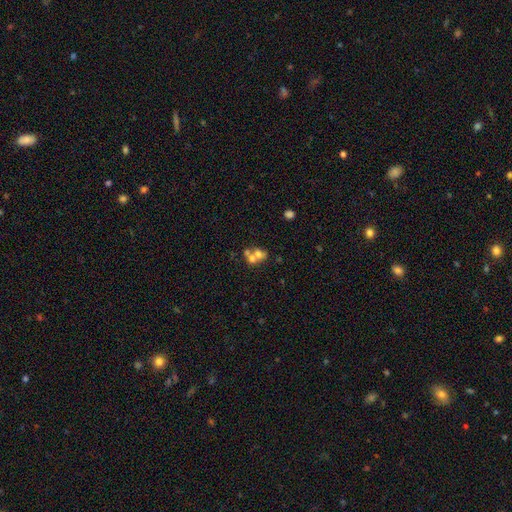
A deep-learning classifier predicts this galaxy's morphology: smooth_or_featured: smooth (p=0.58) [alt: featured or disk p=0.28]
how_rounded: round (p=0.58) [alt: in between p=0.41]
merging: merger (p=0.64) [alt: none p=0.25]